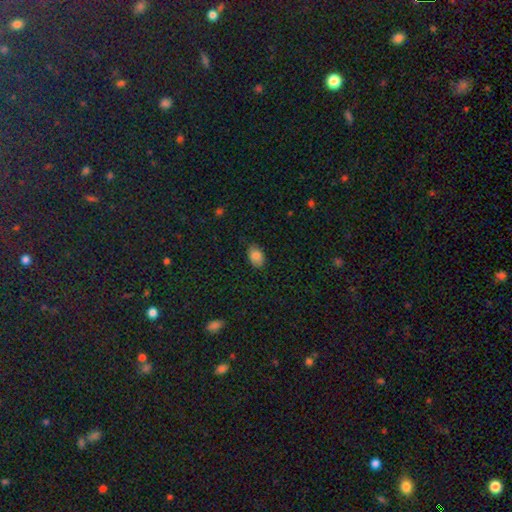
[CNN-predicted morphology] Q: Smooth or featured?
A: smooth (84%); runner-up: star or artifact (9%)
Q: How rounded?
A: in between (84%); runner-up: round (15%)
Q: Merging?
A: none (77%); runner-up: minor disturbance (19%)